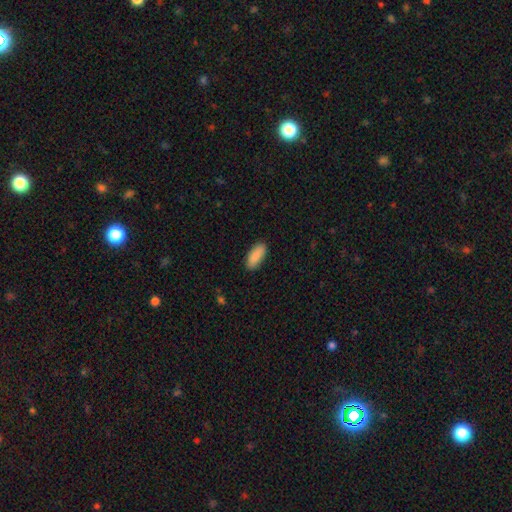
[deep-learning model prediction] The model was most divided on "how rounded": in between: 83%, cigar-shaped: 15%, round: 2%. More confident: smooth or featured — smooth (90%); merging — none (88%).